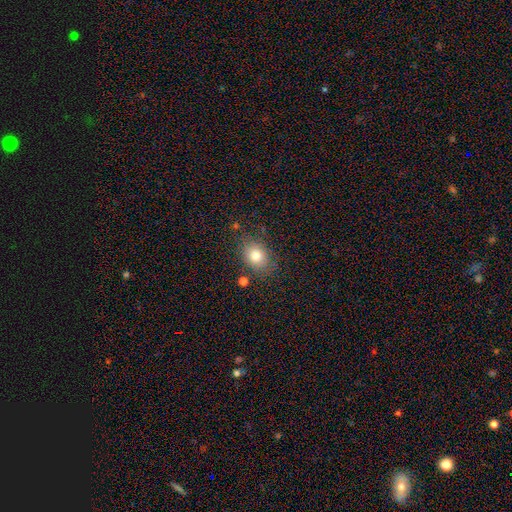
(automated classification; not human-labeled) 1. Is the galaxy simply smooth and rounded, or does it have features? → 79% smooth, 10% featured or disk, 10% star or artifact.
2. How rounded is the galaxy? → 59% in between, 40% round, 1% cigar-shaped.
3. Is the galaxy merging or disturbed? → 77% none, 15% minor disturbance, 4% major disturbance, 4% merger.